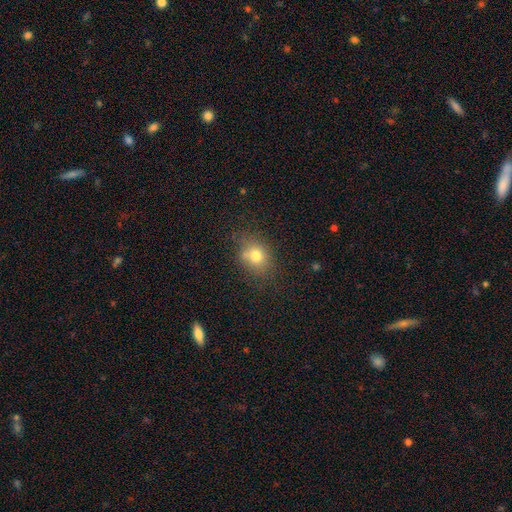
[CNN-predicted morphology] Smooth or featured: smooth — 75% (star or artifact — 14%)
How rounded: round — 60% (in between — 39%)
Merging: none — 70% (minor disturbance — 18%)